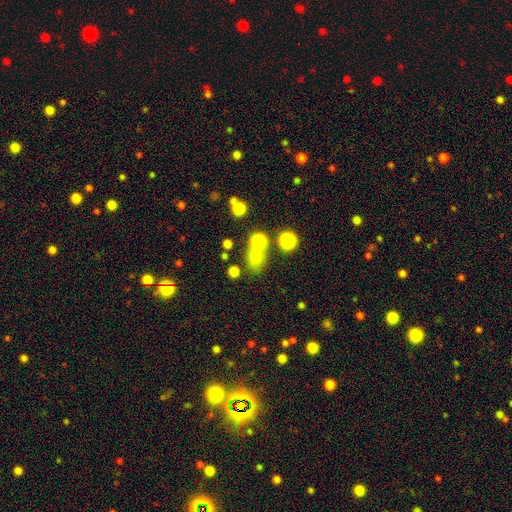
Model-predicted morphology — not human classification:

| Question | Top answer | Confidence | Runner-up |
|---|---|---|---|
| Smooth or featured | smooth | 71% | star or artifact (20%) |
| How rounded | round | 57% | in between (42%) |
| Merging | none | 56% | merger (27%) |